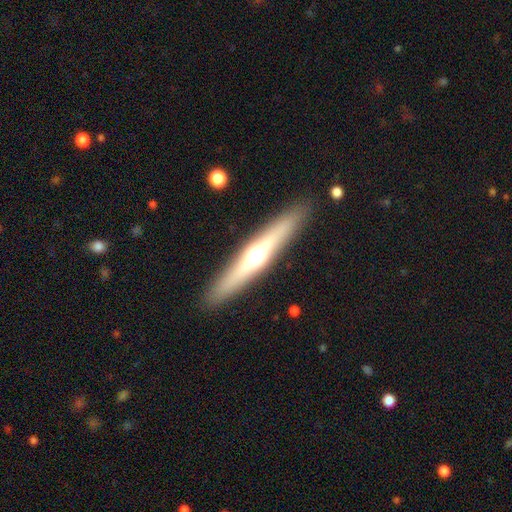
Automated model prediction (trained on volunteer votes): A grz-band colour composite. It shows a featured or disk galaxy (58%) viewed edge-on (93%) with a rounded central bulge (90%). Merging: none (90%).